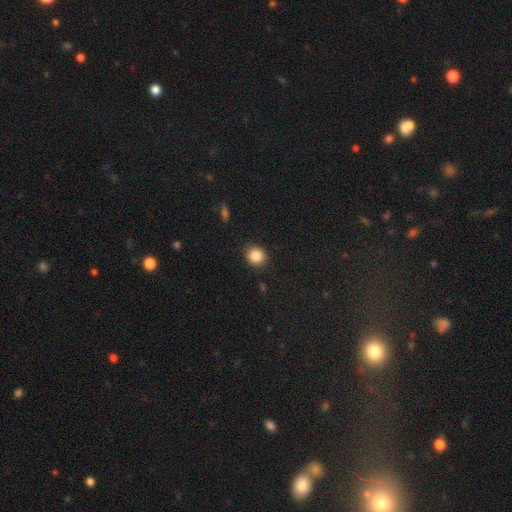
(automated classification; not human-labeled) Q: Smooth or featured?
A: smooth (87%); runner-up: star or artifact (9%)
Q: How rounded?
A: round (82%); runner-up: in between (17%)
Q: Merging?
A: none (86%); runner-up: minor disturbance (10%)